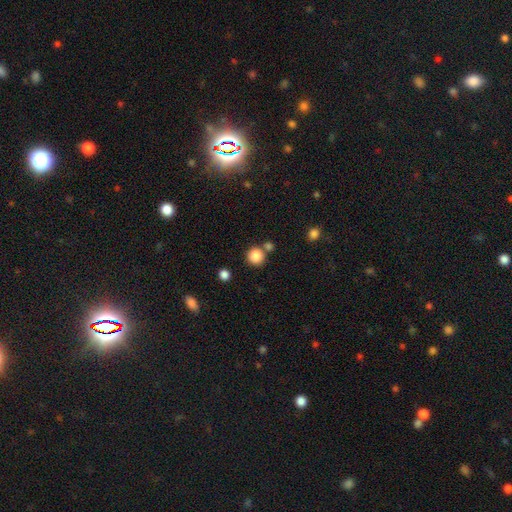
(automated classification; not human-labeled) A smooth galaxy with no disk features (85%) that is round (93%).

Vote fractions:
- Smooth or featured? smooth: 85% / star or artifact: 10% / featured or disk: 4%
- How rounded? round: 93% / in between: 6% / cigar-shaped: 1%
- Merging? none: 74% / merger: 15% / minor disturbance: 8% / major disturbance: 3%